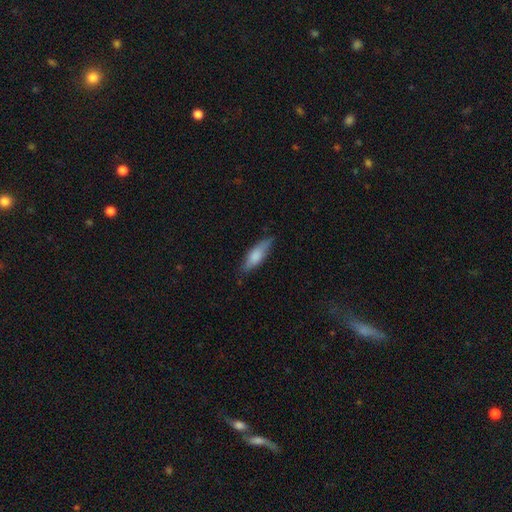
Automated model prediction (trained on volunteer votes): Q: Smooth or featured?
A: smooth (75%); runner-up: featured or disk (19%)
Q: How rounded?
A: in between (52%); runner-up: cigar-shaped (46%)
Q: Merging?
A: none (75%); runner-up: minor disturbance (20%)